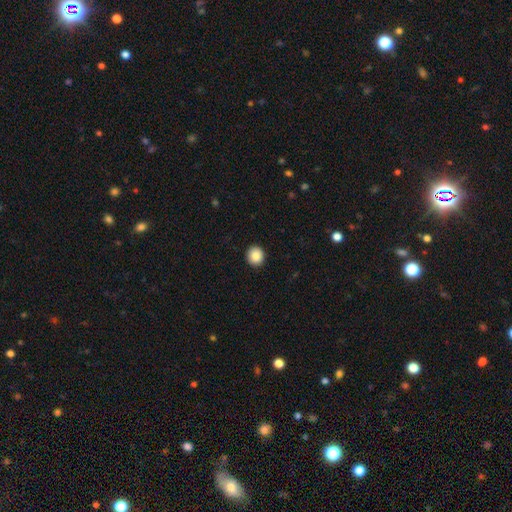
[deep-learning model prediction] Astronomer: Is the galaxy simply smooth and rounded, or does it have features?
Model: smooth — 87%.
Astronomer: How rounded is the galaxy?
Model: round — 90%.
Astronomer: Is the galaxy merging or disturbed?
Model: none — 93%.